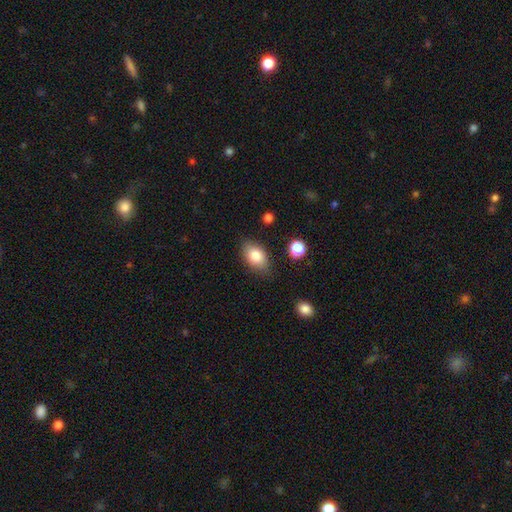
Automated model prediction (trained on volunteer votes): Smooth or featured? smooth (82%)
How rounded? in between (87%)
Merging? none (79%)